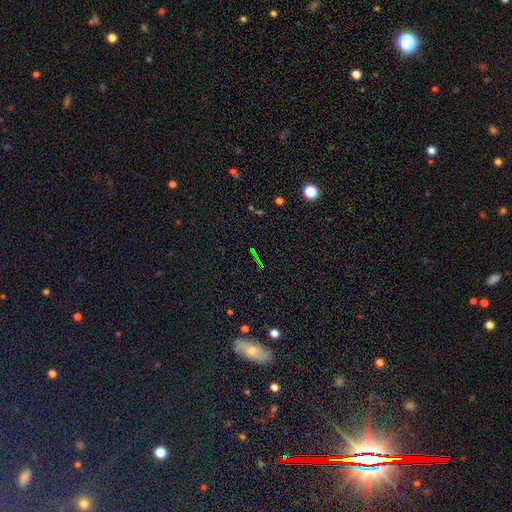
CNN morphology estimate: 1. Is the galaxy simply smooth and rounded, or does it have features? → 71% star or artifact, 15% smooth, 14% featured or disk.